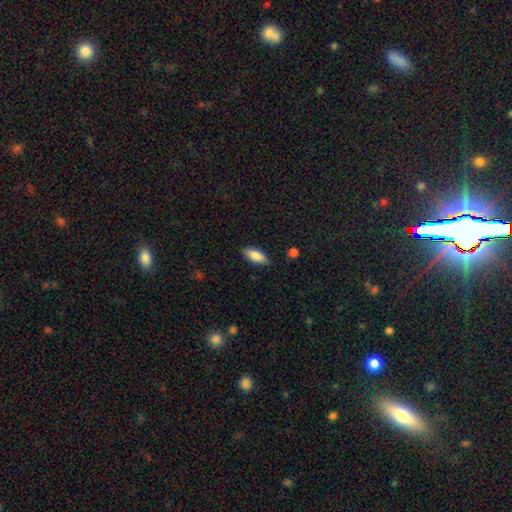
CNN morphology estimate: Smooth or featured: smooth — 85% (featured or disk — 9%)
How rounded: in between — 81% (cigar-shaped — 17%)
Merging: none — 84% (minor disturbance — 12%)